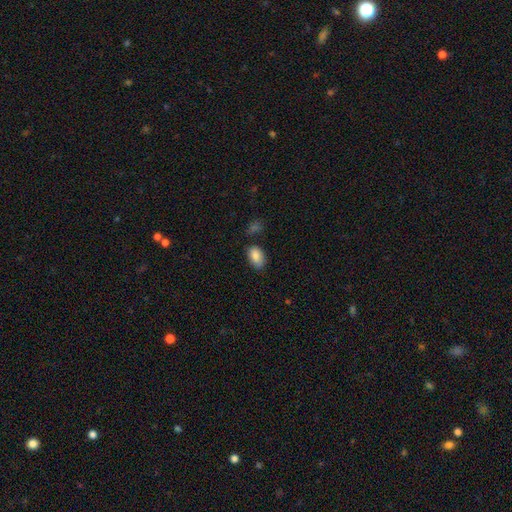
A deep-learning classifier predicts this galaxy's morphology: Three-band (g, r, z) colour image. It shows a smooth galaxy with no disk features (86%) that is in between round and cigar-shaped (91%). Merging: none (72%).